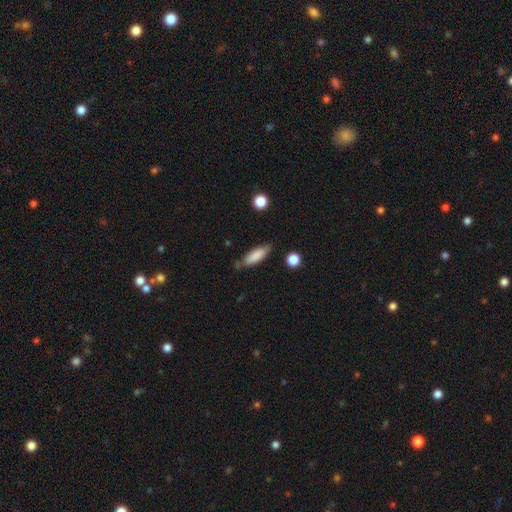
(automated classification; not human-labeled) This appears to be a smooth galaxy with no disk features (84%) that is in between round and cigar-shaped (50%). Merging: none (76%).